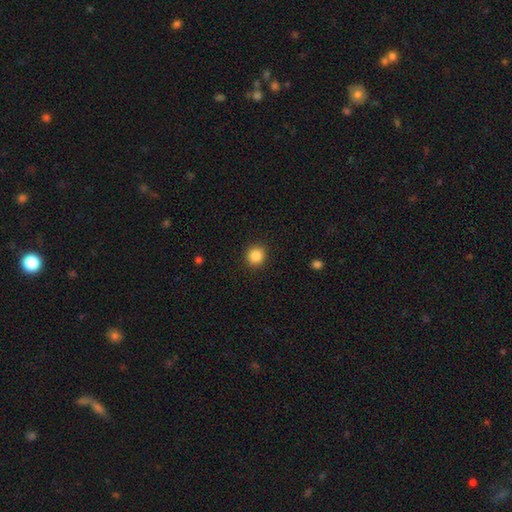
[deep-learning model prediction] The model was most divided on "smooth or featured": smooth: 86%, star or artifact: 10%, featured or disk: 4%. More confident: how rounded — round (92%); merging — none (92%).